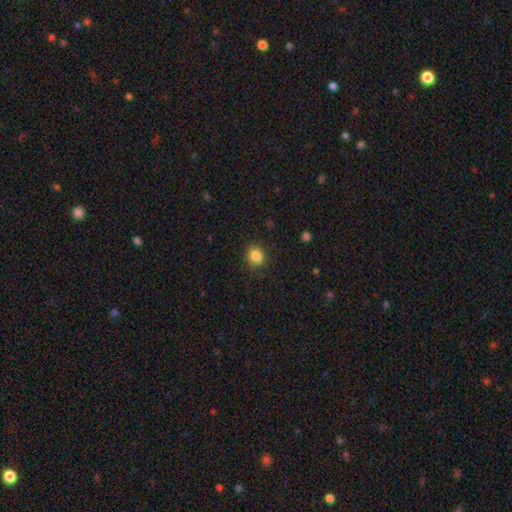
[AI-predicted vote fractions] Smooth or featured? smooth (85%)
How rounded? round (74%)
Merging? none (86%)